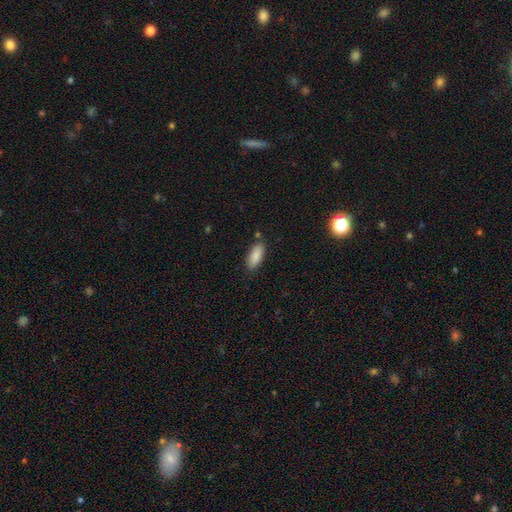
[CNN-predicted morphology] Smooth or featured? Predicted: smooth (p=0.88). How rounded? Predicted: in between (p=0.79). Merging? Predicted: none (p=0.84).